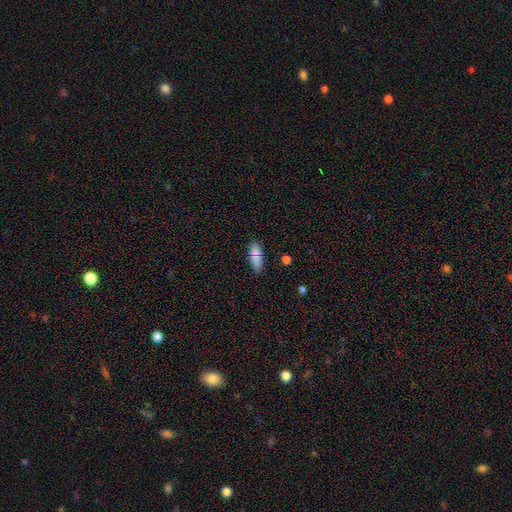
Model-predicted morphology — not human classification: Overall: smooth (80%). How rounded: in between (70%). Merging: none (77%).